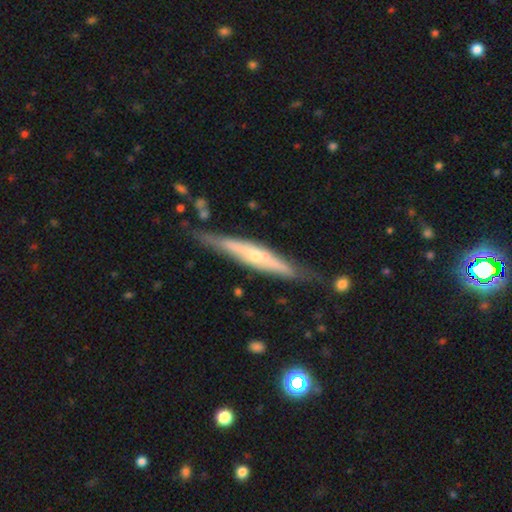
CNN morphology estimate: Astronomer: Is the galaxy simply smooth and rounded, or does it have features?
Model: featured or disk — 68%.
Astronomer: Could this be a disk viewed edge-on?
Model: yes — 91%.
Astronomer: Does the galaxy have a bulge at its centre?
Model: rounded — 69%.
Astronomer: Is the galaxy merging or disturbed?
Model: none — 76%.